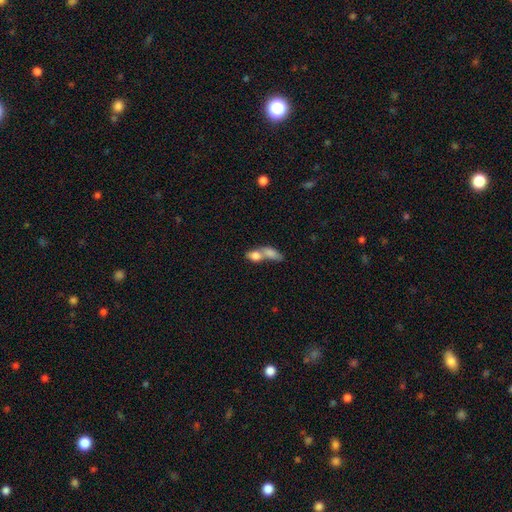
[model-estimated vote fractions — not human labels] Smooth or featured?
  - smooth: 77% *
  - featured or disk: 15%
  - star or artifact: 8%
How rounded?
  - in between: 75% *
  - round: 17%
  - cigar-shaped: 8%
Merging?
  - merger: 75% *
  - none: 15%
  - minor disturbance: 6%
  - major disturbance: 5%